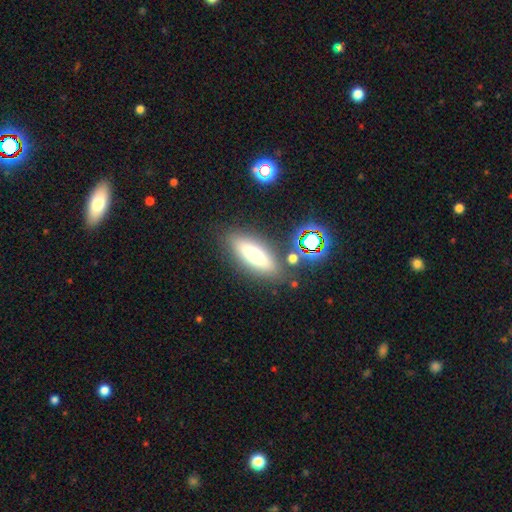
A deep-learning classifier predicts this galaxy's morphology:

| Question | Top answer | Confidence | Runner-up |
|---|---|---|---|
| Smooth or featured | smooth | 69% | featured or disk (20%) |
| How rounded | in between | 59% | cigar-shaped (38%) |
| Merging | none | 80% | minor disturbance (11%) |